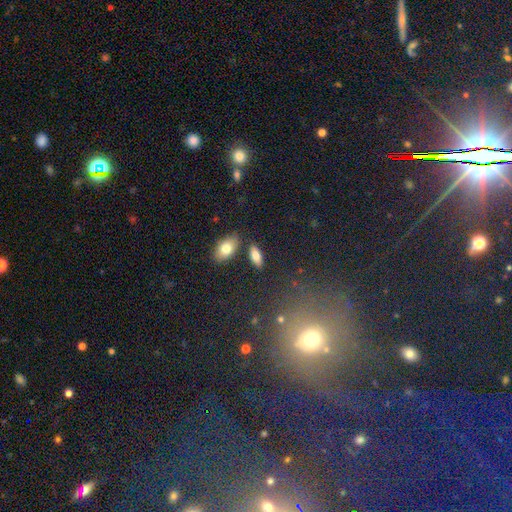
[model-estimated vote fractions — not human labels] Smooth or featured? smooth (80%)
How rounded? in between (81%)
Merging? none (81%)